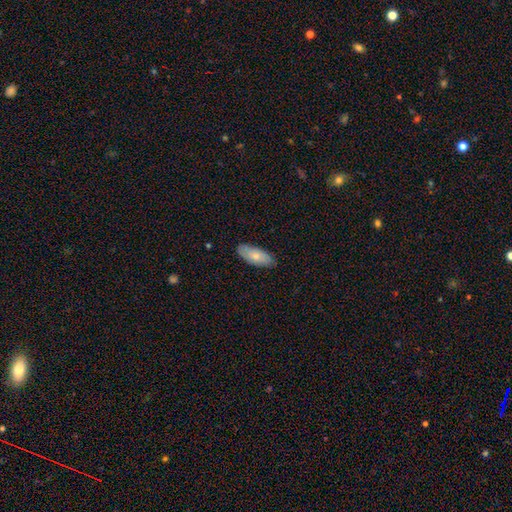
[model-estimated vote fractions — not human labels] Overall: smooth (69%). How rounded: in between (85%). Merging: none (82%).